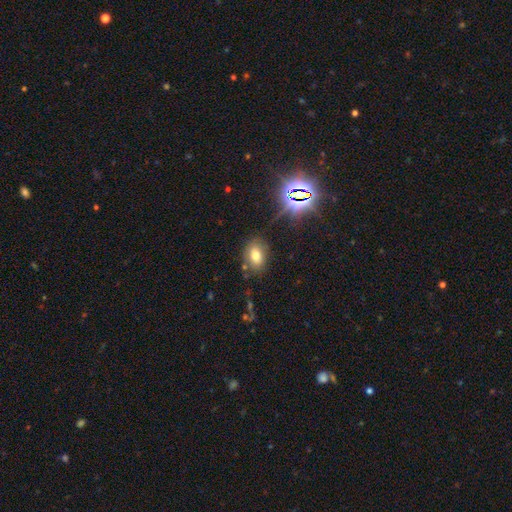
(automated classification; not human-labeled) Smooth or featured?
  - smooth: 69% *
  - star or artifact: 18%
  - featured or disk: 13%
How rounded?
  - in between: 78% *
  - round: 20%
  - cigar-shaped: 2%
Merging?
  - none: 78% *
  - minor disturbance: 14%
  - merger: 4%
  - major disturbance: 4%